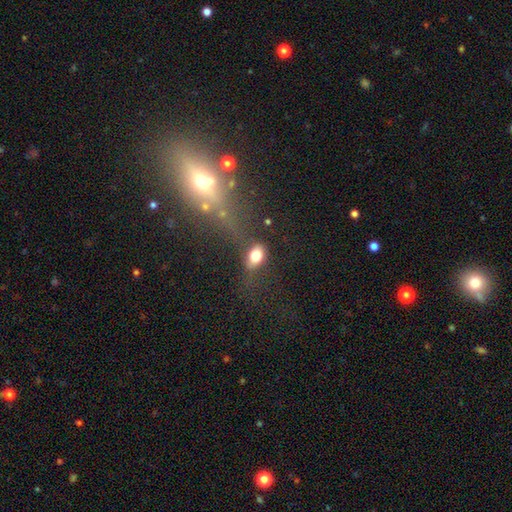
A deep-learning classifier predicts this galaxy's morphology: A smooth galaxy with no disk features (76%) that is in between round and cigar-shaped (80%).

Vote fractions:
- Smooth or featured? smooth: 76% / featured or disk: 14% / star or artifact: 10%
- How rounded? in between: 80% / round: 17% / cigar-shaped: 3%
- Merging? none: 53% / minor disturbance: 24% / major disturbance: 16% / merger: 8%